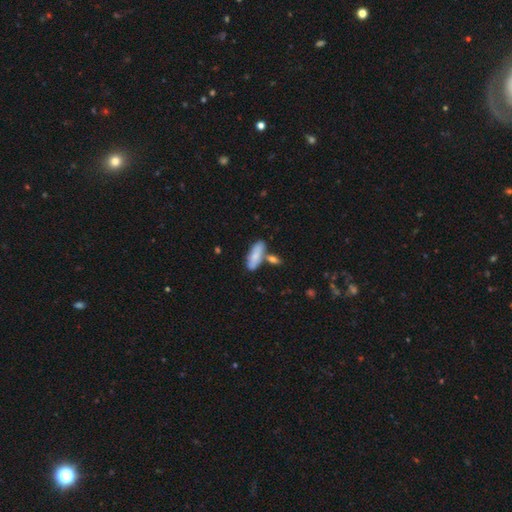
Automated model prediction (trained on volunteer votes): smooth 77%, featured or disk 18%, star or artifact 6%. Down the decision tree: how rounded — in between (71%); merging — none (57%).